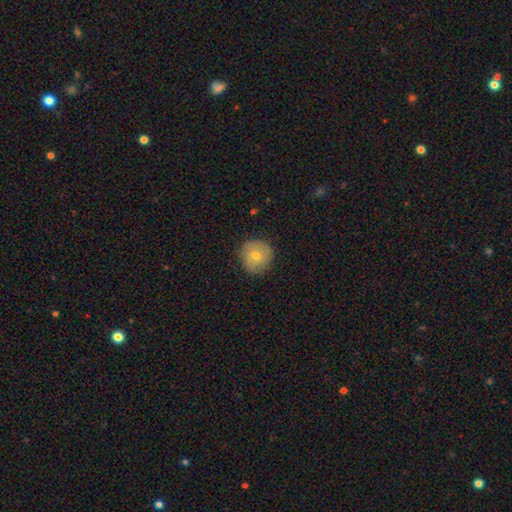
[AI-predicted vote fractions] Morphology: type=smooth (63%); roundness=round (93%); merging=none (83%).